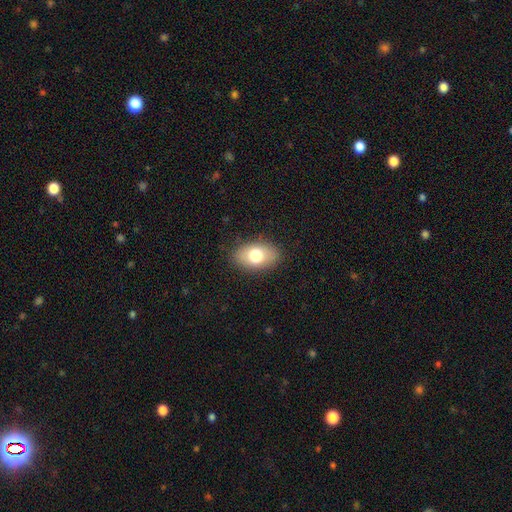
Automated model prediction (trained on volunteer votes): Smooth or featured? Predicted: smooth (p=0.73). How rounded? Predicted: in between (p=0.90). Merging? Predicted: none (p=0.85).